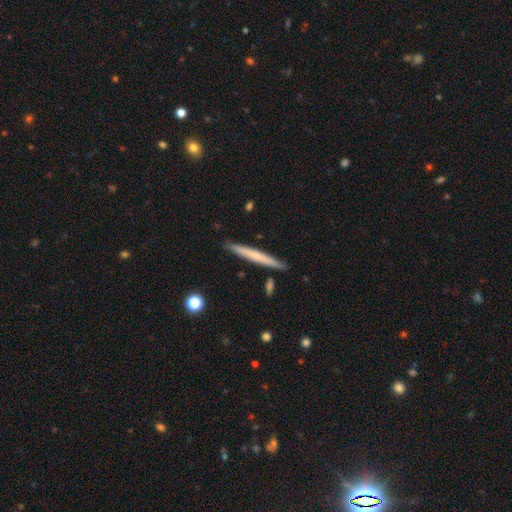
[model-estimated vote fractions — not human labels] This appears to be a smooth galaxy with no disk features (59%) that is cigar-shaped (97%). Merging: none (89%).